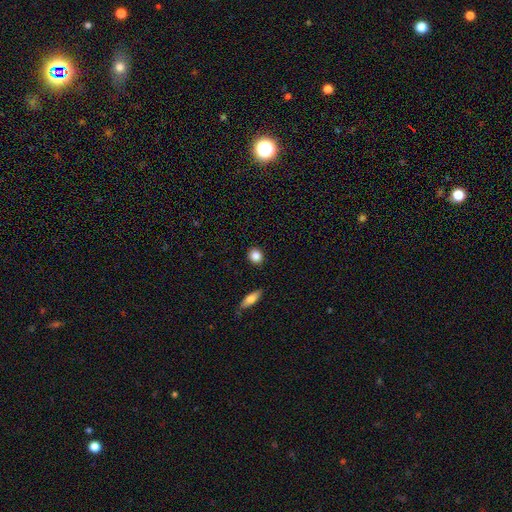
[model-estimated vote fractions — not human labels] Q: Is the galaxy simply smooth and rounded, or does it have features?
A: smooth — 85%.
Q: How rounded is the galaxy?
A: round — 74%.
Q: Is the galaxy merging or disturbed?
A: none — 89%.